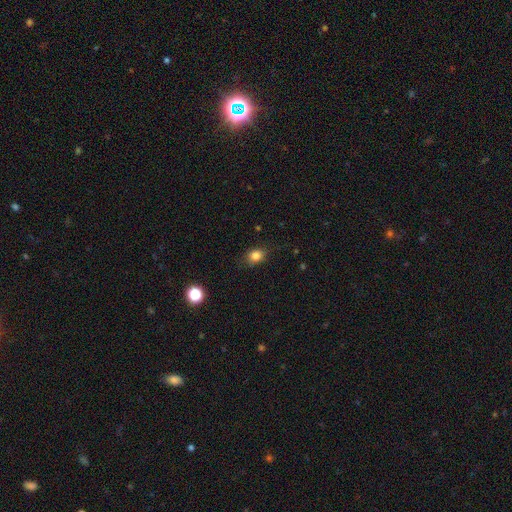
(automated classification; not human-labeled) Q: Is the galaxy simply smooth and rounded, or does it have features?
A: smooth — 83%.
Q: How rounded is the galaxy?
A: in between — 51%.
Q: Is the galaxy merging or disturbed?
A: none — 76%.